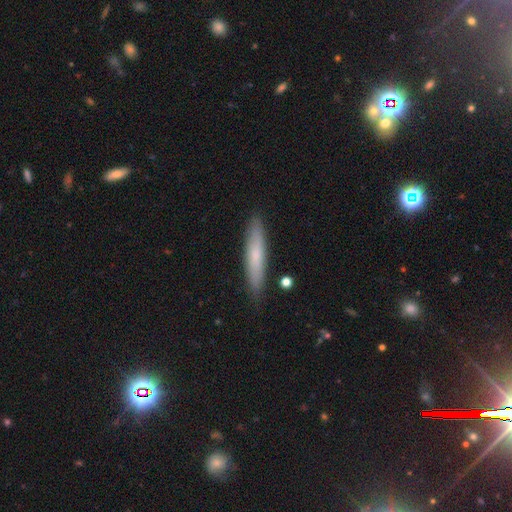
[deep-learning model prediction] Q: Smooth or featured?
A: smooth (66%); runner-up: featured or disk (28%)
Q: How rounded?
A: cigar-shaped (89%); runner-up: in between (10%)
Q: Merging?
A: none (87%); runner-up: minor disturbance (10%)